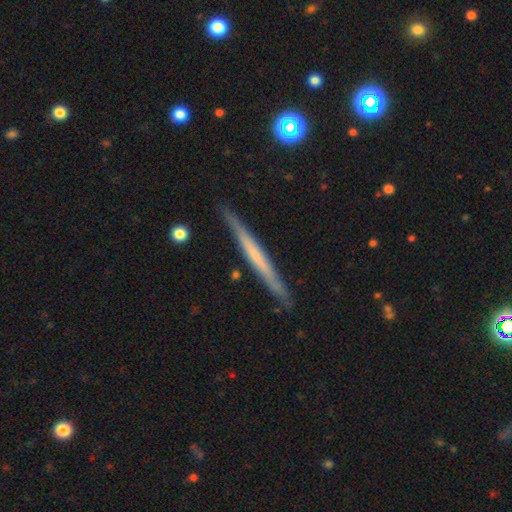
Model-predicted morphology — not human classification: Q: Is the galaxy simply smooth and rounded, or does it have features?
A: featured or disk — 58%.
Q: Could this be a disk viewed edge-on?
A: yes — 97%.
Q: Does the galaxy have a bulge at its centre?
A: none — 79%.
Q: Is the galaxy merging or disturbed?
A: none — 89%.